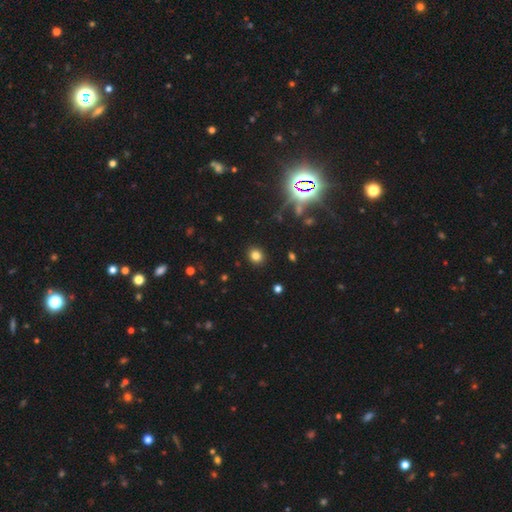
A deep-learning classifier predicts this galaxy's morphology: Smooth or featured? smooth (80%)
How rounded? round (76%)
Merging? none (91%)